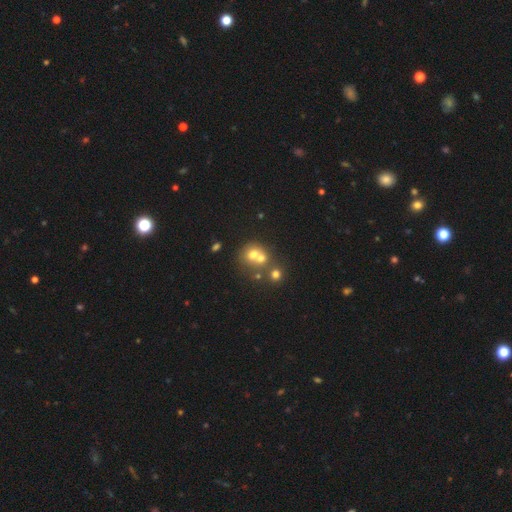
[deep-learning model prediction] smooth_or_featured: smooth (p=0.62) [alt: featured or disk p=0.24]
how_rounded: round (p=0.78) [alt: in between p=0.22]
merging: merger (p=0.54) [alt: none p=0.35]